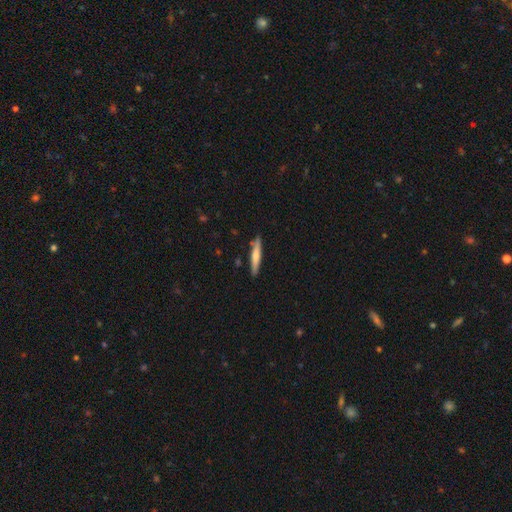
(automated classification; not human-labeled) smooth 60%, featured or disk 34%, star or artifact 5%. Down the decision tree: how rounded — cigar-shaped (92%); merging — none (86%).